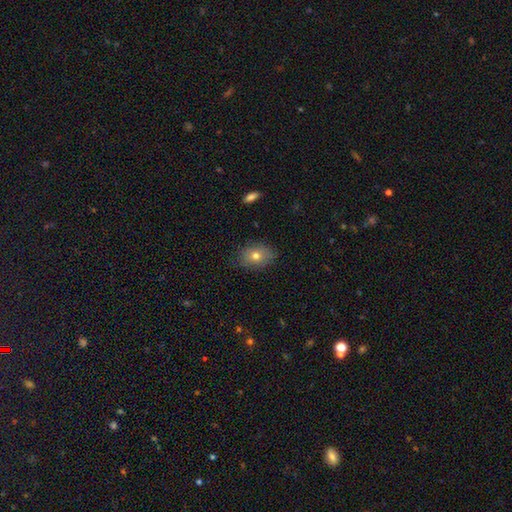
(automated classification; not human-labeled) This appears to be a smooth galaxy with no disk features (75%) that is in between round and cigar-shaped (68%). Merging: none (81%).